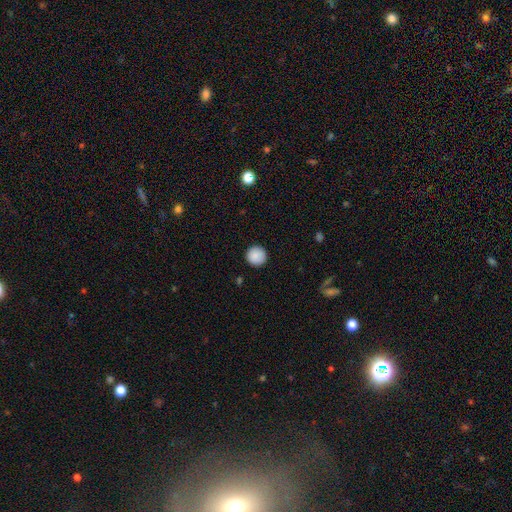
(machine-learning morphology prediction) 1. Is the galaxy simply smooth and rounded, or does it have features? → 89% smooth, 8% star or artifact, 3% featured or disk.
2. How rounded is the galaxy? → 96% round, 3% in between, 1% cigar-shaped.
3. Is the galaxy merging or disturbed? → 92% none, 5% minor disturbance, 2% major disturbance, 1% merger.